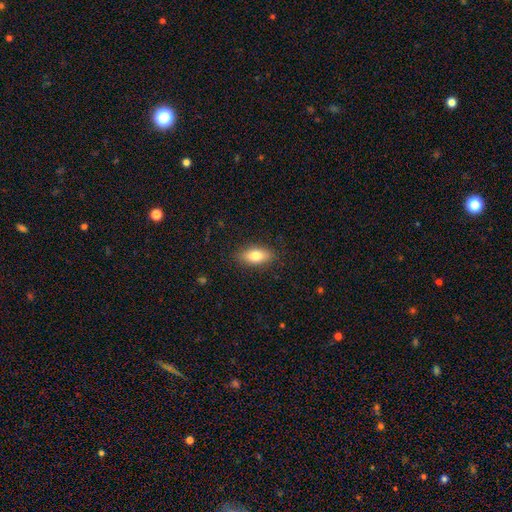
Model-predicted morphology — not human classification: Smooth or featured? Predicted: smooth (p=0.78). How rounded? Predicted: in between (p=0.86). Merging? Predicted: none (p=0.87).